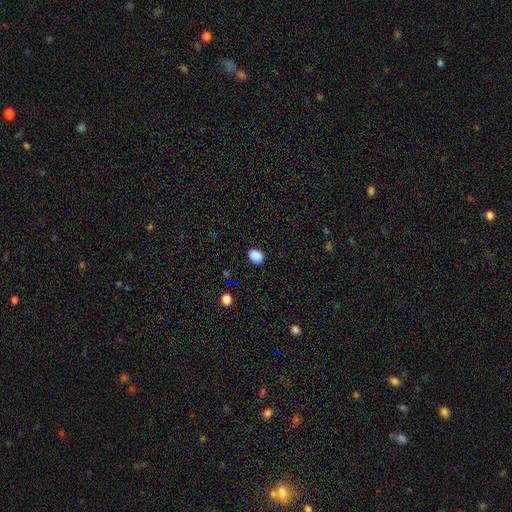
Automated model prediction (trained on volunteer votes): Smooth or featured: smooth — 88% (star or artifact — 9%)
How rounded: round — 52% (in between — 47%)
Merging: none — 89% (minor disturbance — 7%)